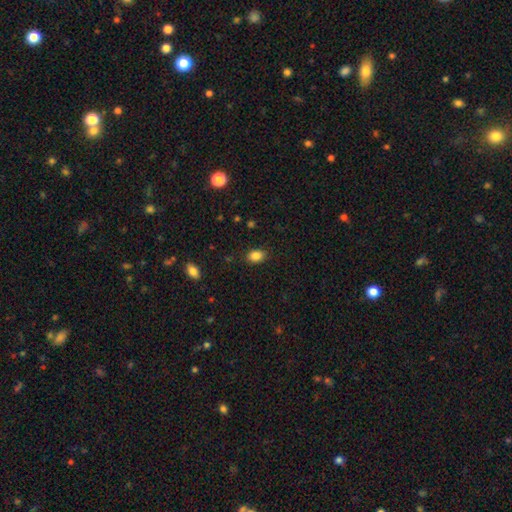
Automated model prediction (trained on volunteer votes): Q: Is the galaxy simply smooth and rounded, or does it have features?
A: smooth — 86%.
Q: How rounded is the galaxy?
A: in between — 73%.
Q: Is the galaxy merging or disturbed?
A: none — 86%.